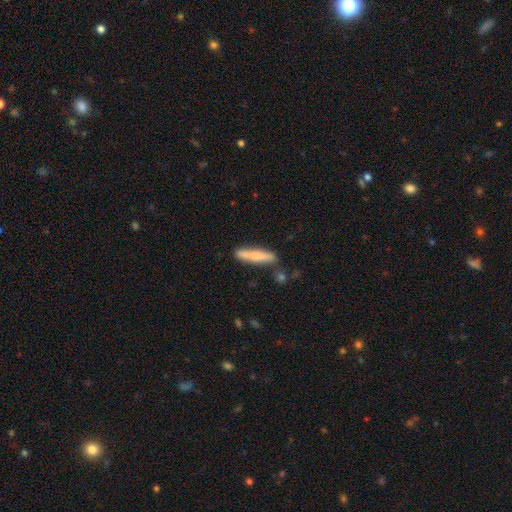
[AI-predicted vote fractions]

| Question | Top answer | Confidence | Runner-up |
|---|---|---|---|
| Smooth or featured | smooth | 68% | featured or disk (26%) |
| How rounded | cigar-shaped | 90% | in between (9%) |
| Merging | none | 82% | minor disturbance (12%) |